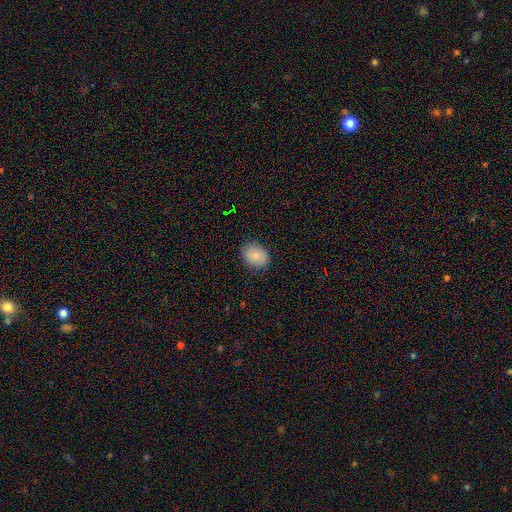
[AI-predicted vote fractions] Q: Smooth or featured?
A: smooth (75%); runner-up: featured or disk (16%)
Q: How rounded?
A: in between (50%); runner-up: round (49%)
Q: Merging?
A: none (82%); runner-up: minor disturbance (14%)